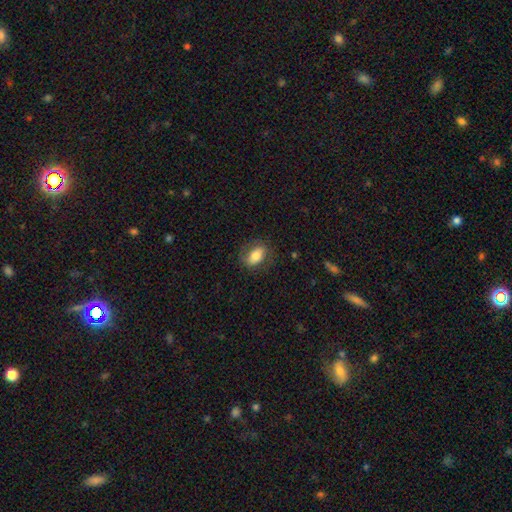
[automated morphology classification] Smooth or featured? smooth (69%)
How rounded? in between (83%)
Merging? none (74%)